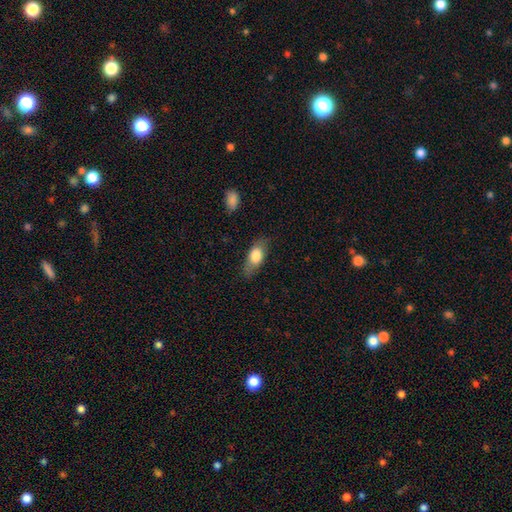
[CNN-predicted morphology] This appears to be a smooth galaxy with no disk features (74%) that is in between round and cigar-shaped (79%). Merging: none (75%).